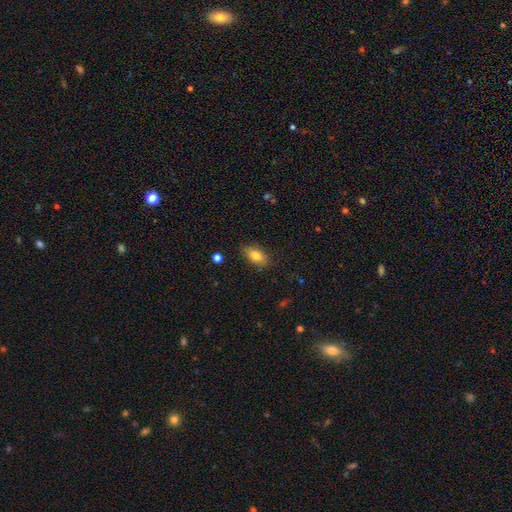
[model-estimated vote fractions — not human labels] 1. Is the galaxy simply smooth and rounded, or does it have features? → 80% smooth, 12% featured or disk, 8% star or artifact.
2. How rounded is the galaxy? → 87% in between, 7% round, 7% cigar-shaped.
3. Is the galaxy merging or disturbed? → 84% none, 12% minor disturbance, 3% major disturbance, 1% merger.